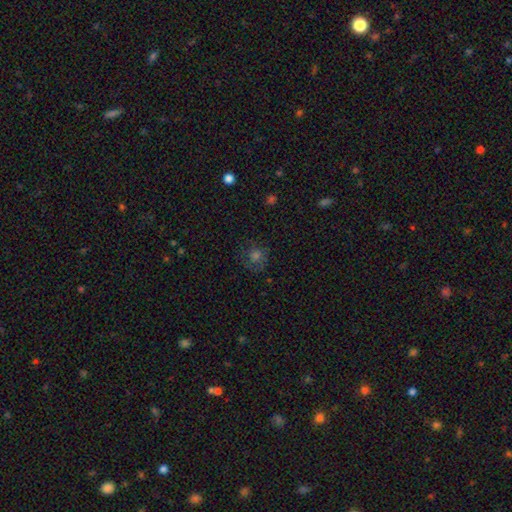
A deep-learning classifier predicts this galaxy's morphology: Smooth or featured? smooth (60%)
How rounded? round (85%)
Merging? none (74%)